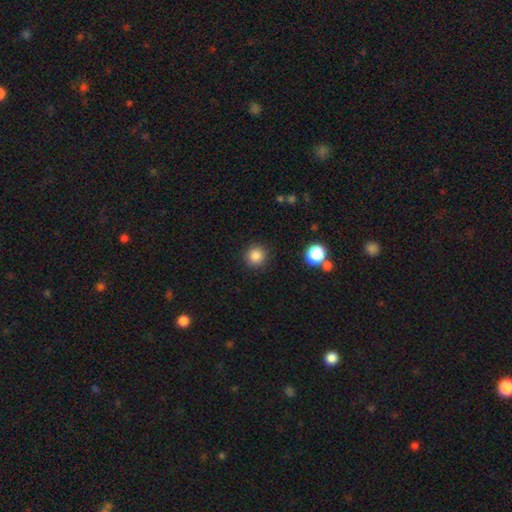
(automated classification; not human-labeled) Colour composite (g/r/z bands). It shows a smooth galaxy with no disk features (86%) that is round (93%). Merging: none (90%).